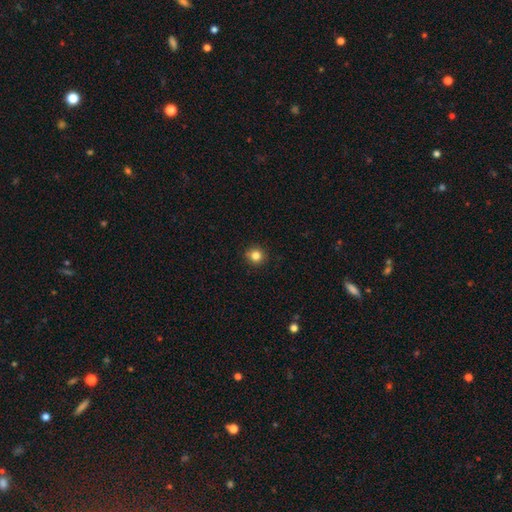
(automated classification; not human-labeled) smooth_or_featured: smooth (p=0.84) [alt: star or artifact p=0.12]
how_rounded: round (p=0.92) [alt: in between p=0.07]
merging: none (p=0.90) [alt: minor disturbance p=0.07]